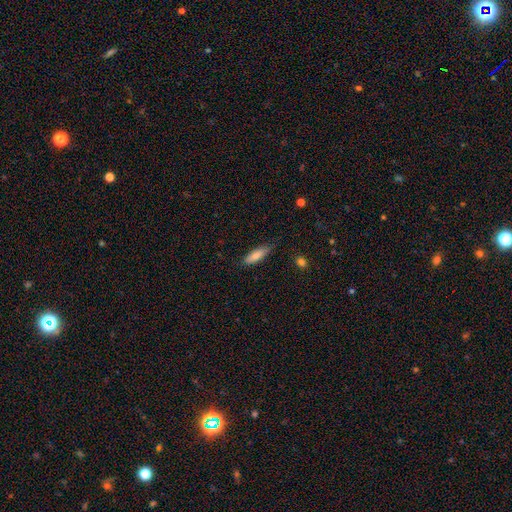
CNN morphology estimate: This appears to be a smooth galaxy with no disk features (82%) that is cigar-shaped (54%). Merging: none (77%).